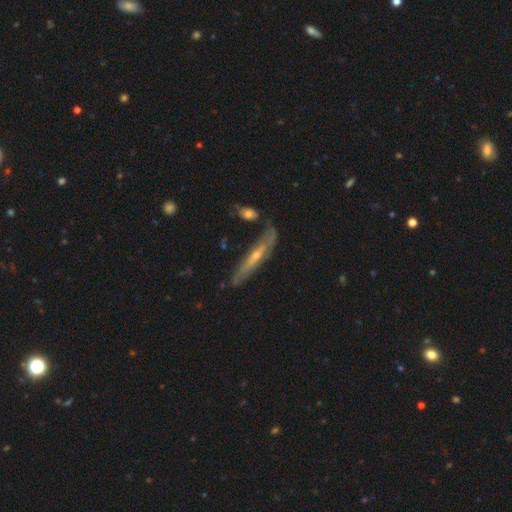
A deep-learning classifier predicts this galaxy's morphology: This is likely a featured or disk galaxy (68%). It is likely viewed edge-on (78%). Edge-on bulge: likely rounded (71%). Merging: likely none (70%).